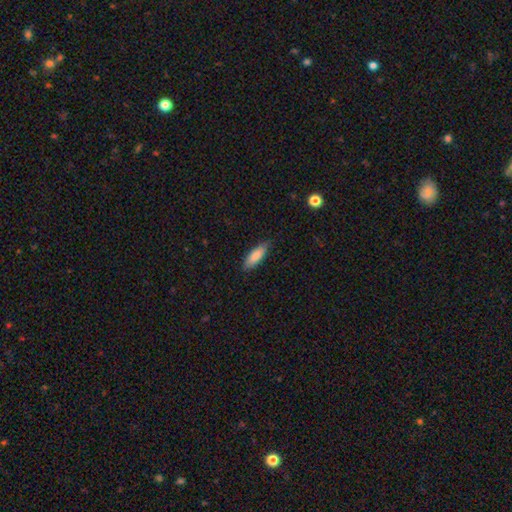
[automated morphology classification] Q: Smooth or featured?
A: smooth (86%); runner-up: featured or disk (8%)
Q: How rounded?
A: in between (59%); runner-up: cigar-shaped (39%)
Q: Merging?
A: none (82%); runner-up: minor disturbance (14%)